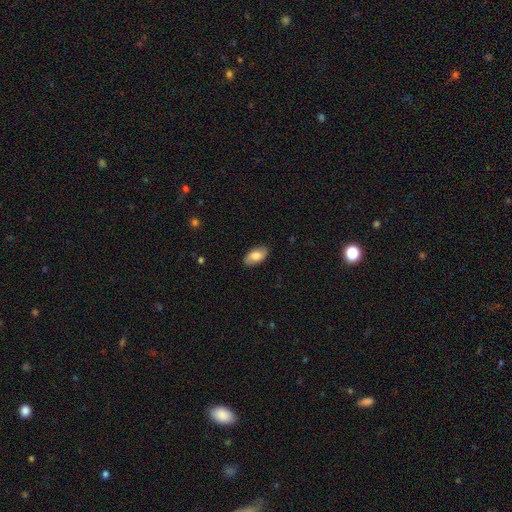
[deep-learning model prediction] A smooth galaxy with no disk features (63%) that is in between round and cigar-shaped (94%).

Vote fractions:
- Smooth or featured? smooth: 63% / featured or disk: 30% / star or artifact: 7%
- How rounded? in between: 94% / round: 4% / cigar-shaped: 2%
- Merging? none: 85% / minor disturbance: 12% / major disturbance: 2% / merger: 1%